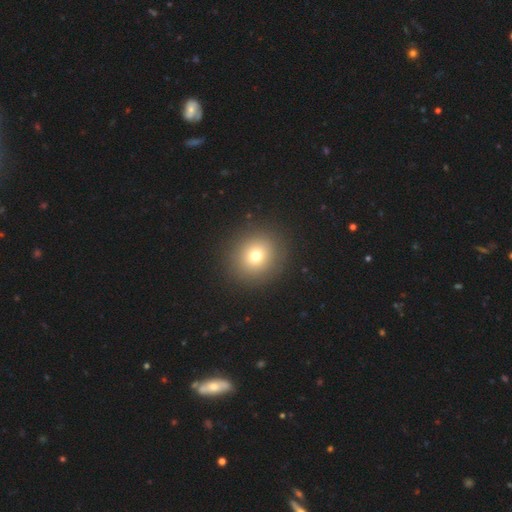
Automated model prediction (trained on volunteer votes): Q: Smooth or featured?
A: smooth (74%); runner-up: star or artifact (15%)
Q: How rounded?
A: round (86%); runner-up: in between (13%)
Q: Merging?
A: none (90%); runner-up: minor disturbance (6%)